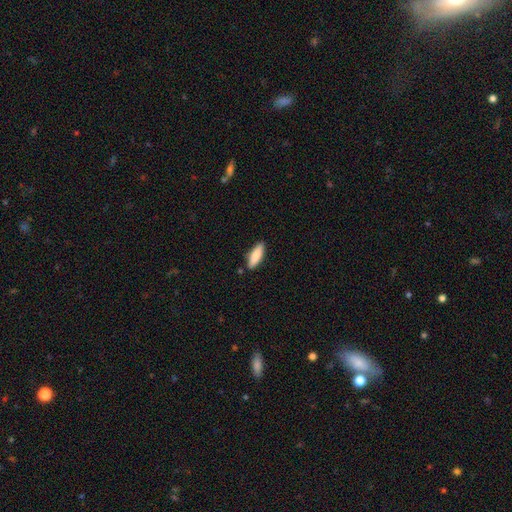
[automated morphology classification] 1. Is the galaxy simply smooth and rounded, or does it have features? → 83% smooth, 11% featured or disk, 6% star or artifact.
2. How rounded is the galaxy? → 51% in between, 47% cigar-shaped, 2% round.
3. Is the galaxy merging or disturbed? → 85% none, 11% minor disturbance, 2% merger, 2% major disturbance.